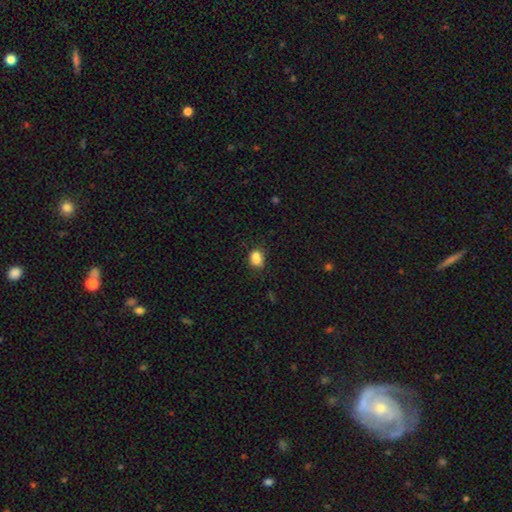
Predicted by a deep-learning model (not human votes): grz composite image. It shows a smooth galaxy with no disk features (78%) that is round (50%). Merging: none (45%).